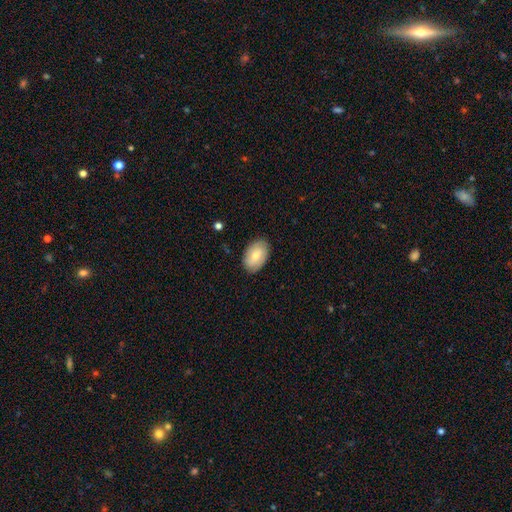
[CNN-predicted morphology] Smooth or featured?
  - smooth: 68% *
  - featured or disk: 25%
  - star or artifact: 6%
How rounded?
  - in between: 91% *
  - round: 8%
  - cigar-shaped: 1%
Merging?
  - none: 85% *
  - minor disturbance: 11%
  - major disturbance: 2%
  - merger: 1%